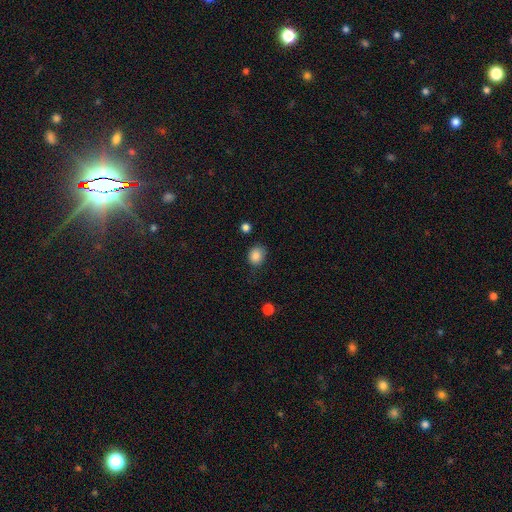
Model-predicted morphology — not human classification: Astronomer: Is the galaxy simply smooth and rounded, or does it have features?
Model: smooth — 86%.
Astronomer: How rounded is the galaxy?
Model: round — 66%.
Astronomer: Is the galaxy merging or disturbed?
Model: none — 75%.